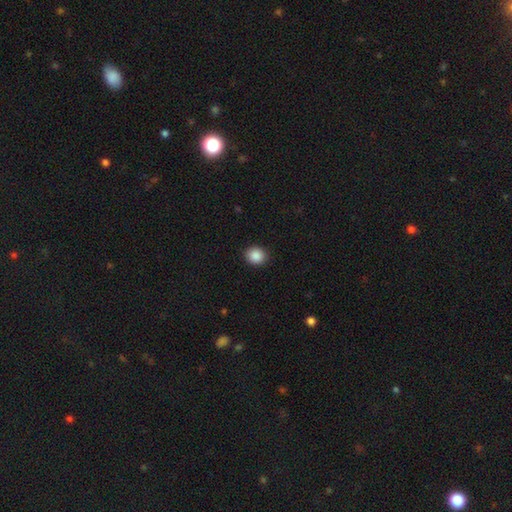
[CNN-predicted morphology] smooth-or-featured: smooth: 89% | star or artifact: 9% | featured or disk: 3%
  how-rounded: round: 80% | in between: 19% | cigar-shaped: 1%
  merging: none: 91% | minor disturbance: 6% | major disturbance: 2% | merger: 1%